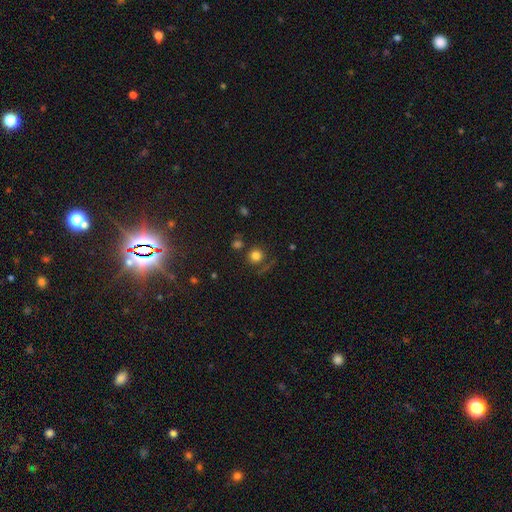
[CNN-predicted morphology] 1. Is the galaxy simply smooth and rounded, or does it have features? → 77% smooth, 15% star or artifact, 8% featured or disk.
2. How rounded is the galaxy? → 92% round, 7% in between, 1% cigar-shaped.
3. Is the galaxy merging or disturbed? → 76% none, 10% minor disturbance, 7% merger, 6% major disturbance.